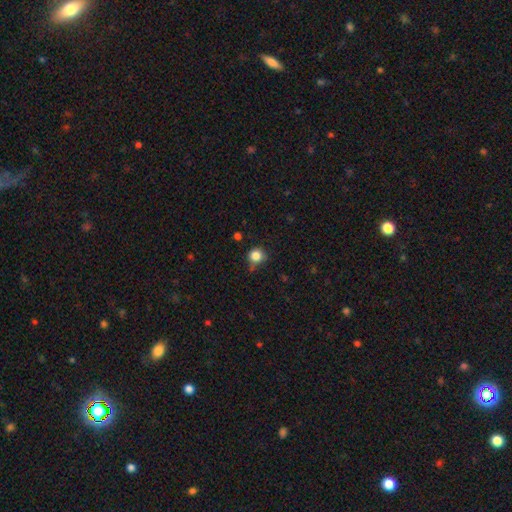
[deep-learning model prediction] Overall: smooth (83%). How rounded: round (88%). Merging: none (66%).